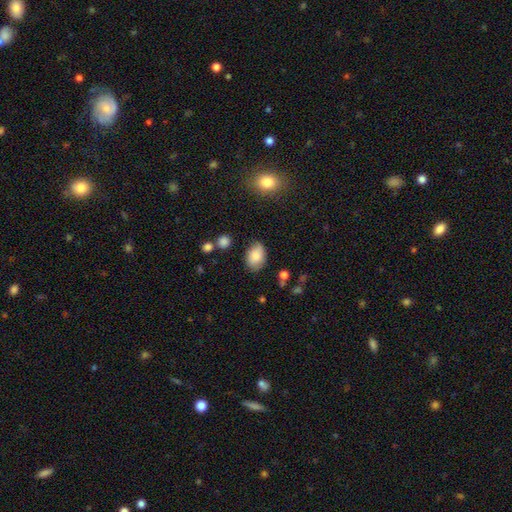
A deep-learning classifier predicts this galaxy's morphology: This is likely a smooth galaxy (79%). How rounded: clearly in between (83%). Merging: likely none (71%).